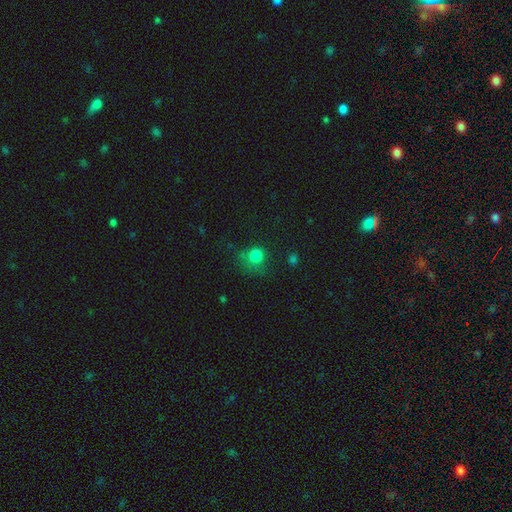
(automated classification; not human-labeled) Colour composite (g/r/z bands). It shows a smooth galaxy with no disk features (79%) that is round (81%). Merging: none (54%).